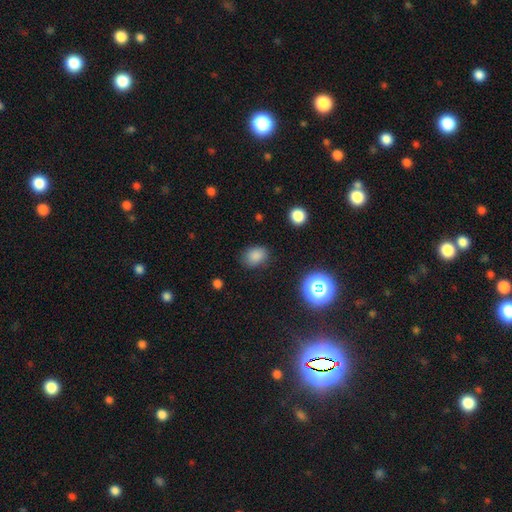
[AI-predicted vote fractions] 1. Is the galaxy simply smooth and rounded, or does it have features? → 82% smooth, 13% star or artifact, 5% featured or disk.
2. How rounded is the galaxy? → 68% in between, 31% round, 1% cigar-shaped.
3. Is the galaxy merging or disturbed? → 80% none, 14% minor disturbance, 4% major disturbance, 2% merger.